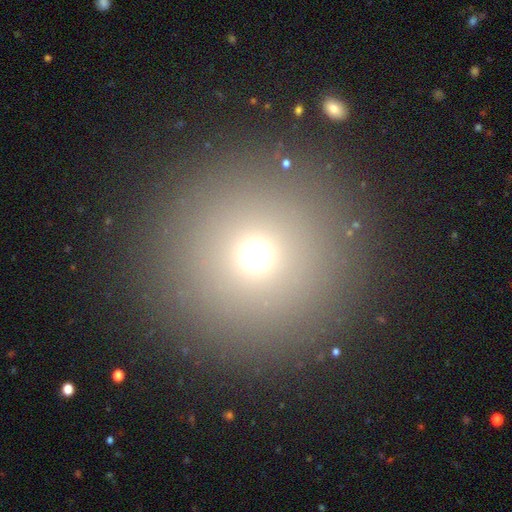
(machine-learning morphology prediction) Overall: smooth (68%). How rounded: round (96%). Merging: none (90%).